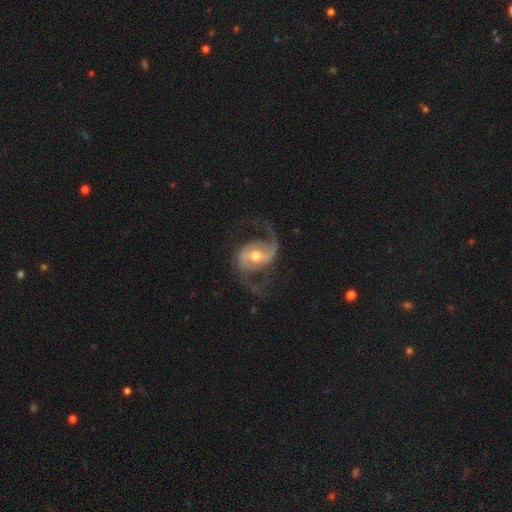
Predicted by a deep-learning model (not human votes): Smooth or featured? Predicted: featured or disk (p=0.90). Edge-on disk? Predicted: no (p=0.97). Bar? Predicted: weak (p=0.41). Spiral arms? Predicted: yes (p=0.96). Spiral winding? Predicted: loose (p=0.51). Spiral arm count? Predicted: 2 (p=0.91). Bulge size? Predicted: moderate (p=0.71). Merging? Predicted: none (p=0.71).